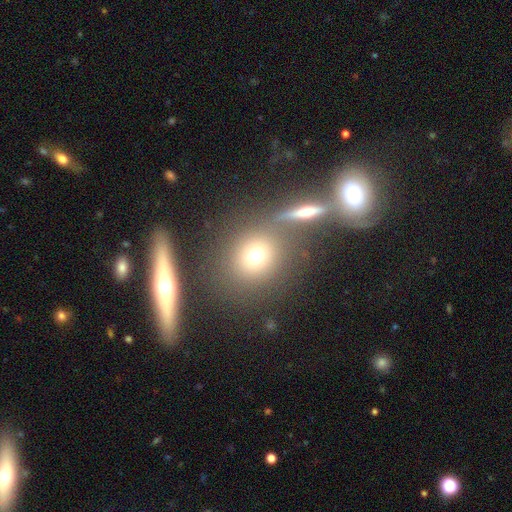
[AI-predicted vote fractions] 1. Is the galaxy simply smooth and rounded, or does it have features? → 64% smooth, 21% featured or disk, 16% star or artifact.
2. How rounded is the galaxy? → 80% round, 17% in between, 3% cigar-shaped.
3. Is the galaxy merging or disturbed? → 73% none, 13% merger, 10% minor disturbance, 4% major disturbance.